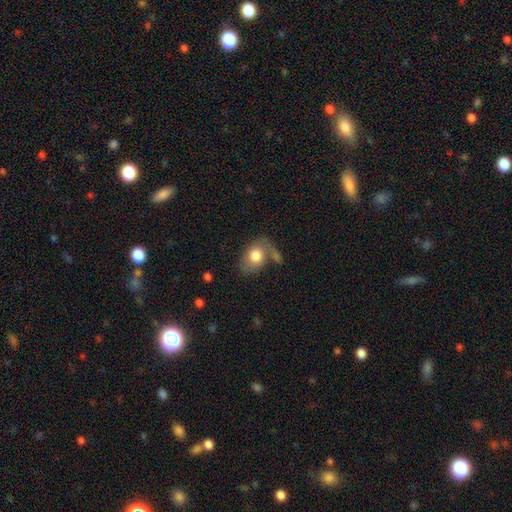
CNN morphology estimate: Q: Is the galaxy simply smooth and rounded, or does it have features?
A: smooth — 75%.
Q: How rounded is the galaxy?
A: in between — 75%.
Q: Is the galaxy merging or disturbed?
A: none — 48%.